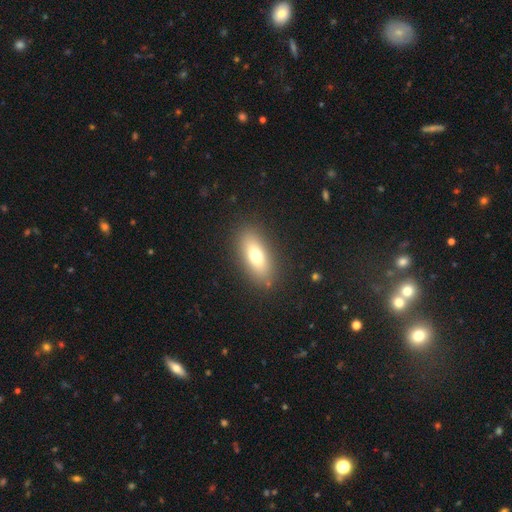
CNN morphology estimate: Smooth or featured? Predicted: smooth (p=0.72). How rounded? Predicted: in between (p=0.79). Merging? Predicted: none (p=0.86).